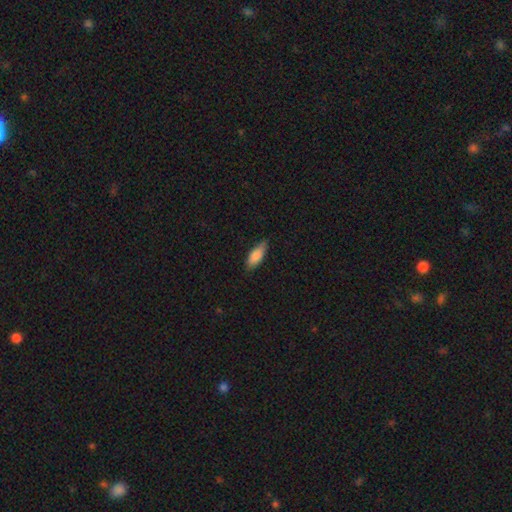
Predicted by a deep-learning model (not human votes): The model was most divided on "how rounded": in between: 73%, cigar-shaped: 25%, round: 2%. More confident: smooth or featured — smooth (83%); merging — none (76%).